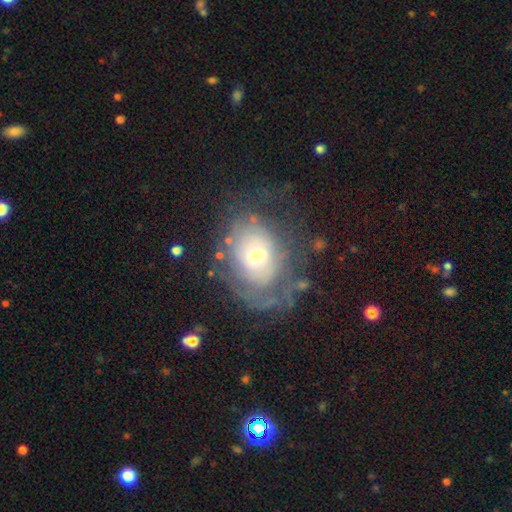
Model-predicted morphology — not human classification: Smooth or featured: featured or disk — 57% (smooth — 33%)
Edge-on disk: no — 95% (yes — 5%)
Bar: no — 78% (weak — 18%)
Spiral arms: yes — 57% (no — 43%)
Bulge size: moderate — 56% (small — 33%)
Merging: none — 52% (major disturbance — 23%)